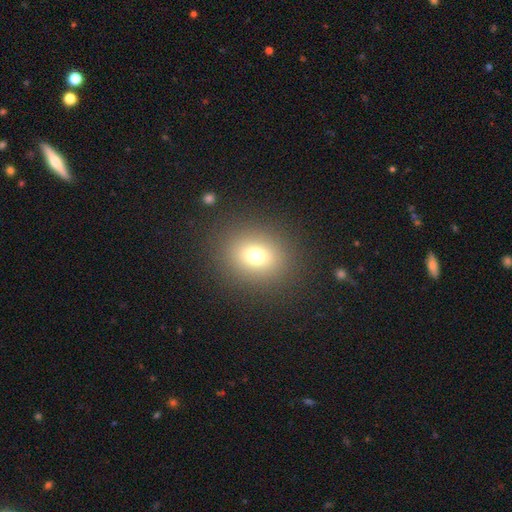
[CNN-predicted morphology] The model was most divided on "how rounded": round: 69%, in between: 30%, cigar-shaped: 1%. More confident: merging — none (88%); smooth or featured — smooth (73%).